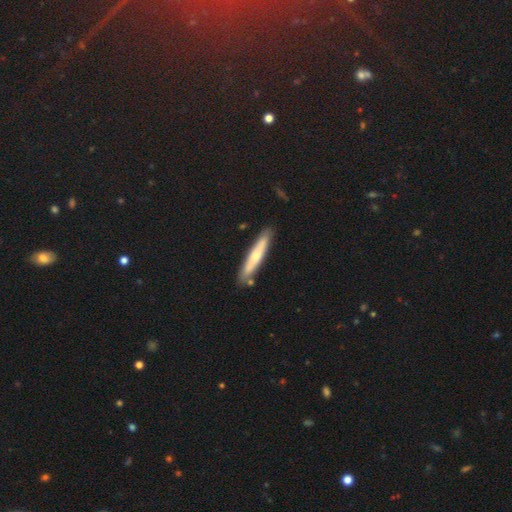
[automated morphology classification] Smooth or featured: smooth — 51% (featured or disk — 43%)
How rounded: cigar-shaped — 91% (in between — 8%)
Merging: none — 83% (minor disturbance — 11%)